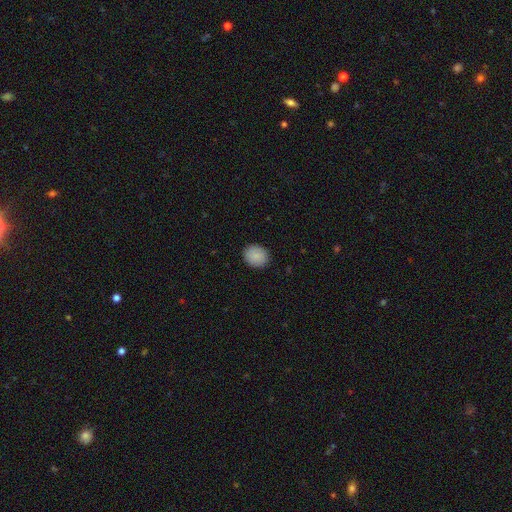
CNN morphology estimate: Q: Smooth or featured?
A: smooth (89%); runner-up: star or artifact (7%)
Q: How rounded?
A: round (68%); runner-up: in between (31%)
Q: Merging?
A: none (90%); runner-up: minor disturbance (7%)